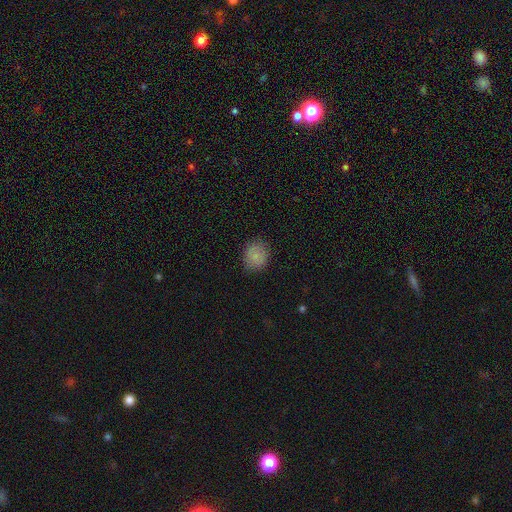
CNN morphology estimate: Smooth or featured? smooth (83%)
How rounded? round (70%)
Merging? none (81%)